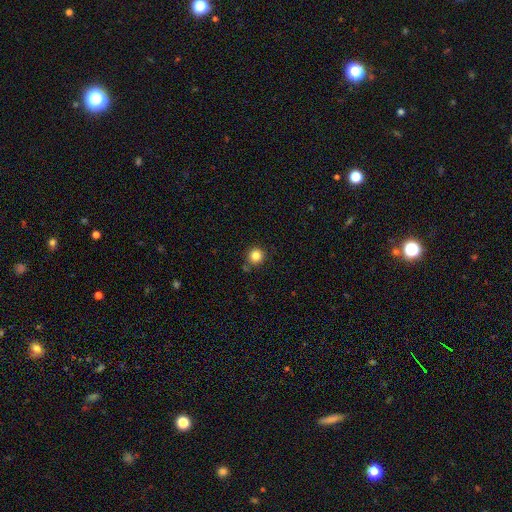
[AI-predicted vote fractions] smooth_or_featured: smooth (p=0.84) [alt: star or artifact p=0.11]
how_rounded: round (p=0.93) [alt: in between p=0.06]
merging: none (p=0.82) [alt: minor disturbance p=0.10]